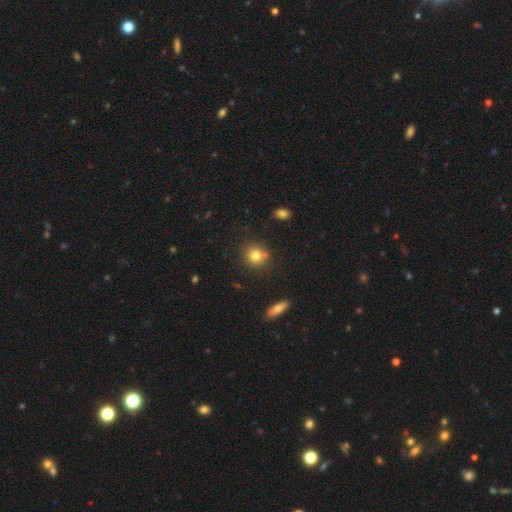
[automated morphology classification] type=smooth (80%); roundness=round (82%); merging=none (77%).